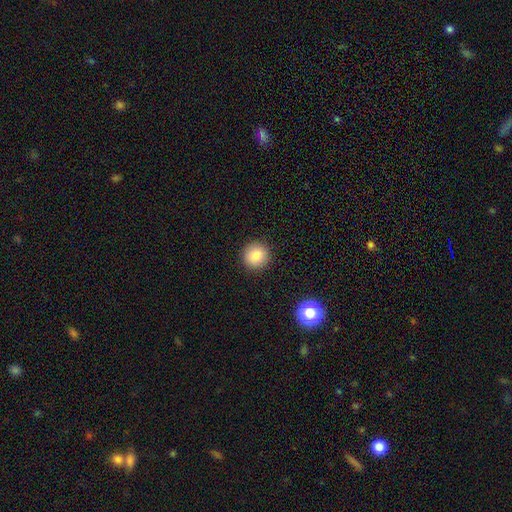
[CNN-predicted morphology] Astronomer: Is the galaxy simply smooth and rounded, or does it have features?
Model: smooth — 86%.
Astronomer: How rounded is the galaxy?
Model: round — 94%.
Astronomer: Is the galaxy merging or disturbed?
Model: none — 92%.